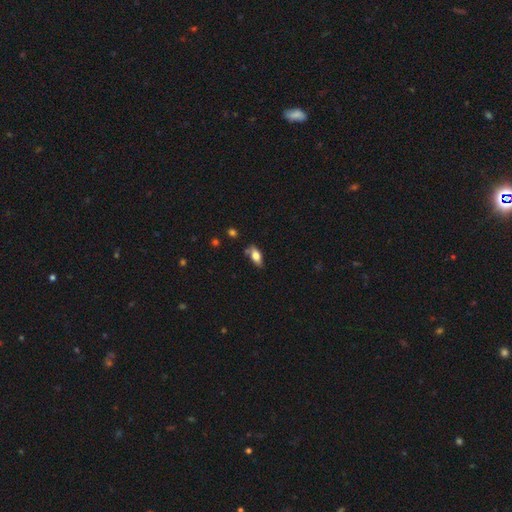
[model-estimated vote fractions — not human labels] smooth_or_featured: smooth (p=0.69) [alt: featured or disk p=0.23]
how_rounded: in between (p=0.83) [alt: cigar-shaped p=0.13]
merging: none (p=0.69) [alt: minor disturbance p=0.20]